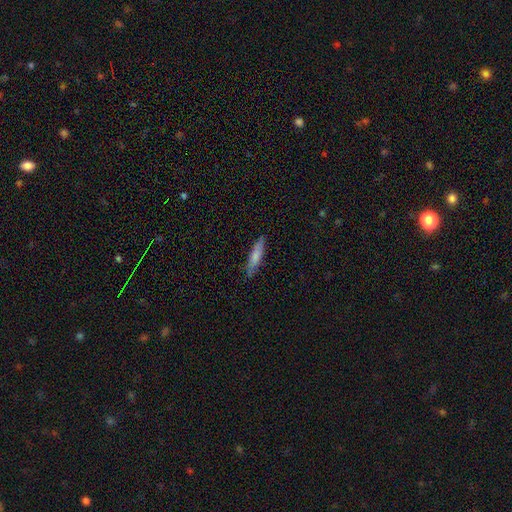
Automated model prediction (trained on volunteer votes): smooth_or_featured: smooth (p=0.71) [alt: featured or disk p=0.23]
how_rounded: cigar-shaped (p=0.83) [alt: in between p=0.15]
merging: none (p=0.85) [alt: minor disturbance p=0.12]